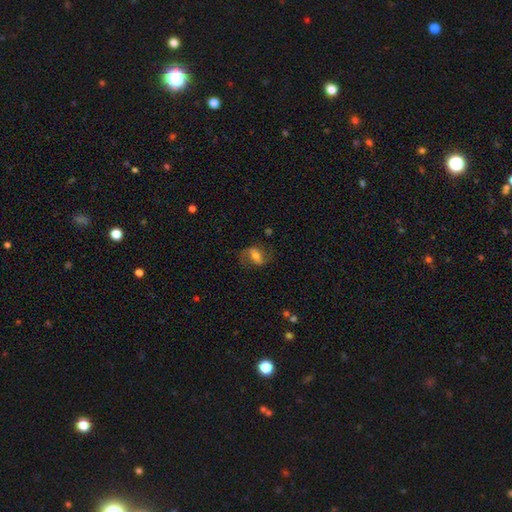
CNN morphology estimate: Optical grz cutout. It shows a featured or disk galaxy (49%). Merging: none (65%).